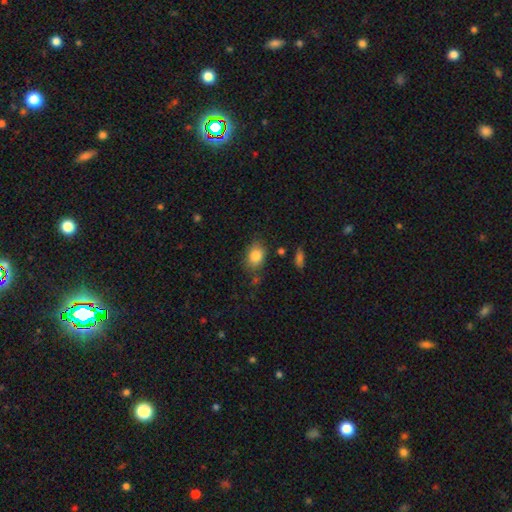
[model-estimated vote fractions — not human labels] Morphology: type=smooth (84%); roundness=in between (71%); merging=none (71%).